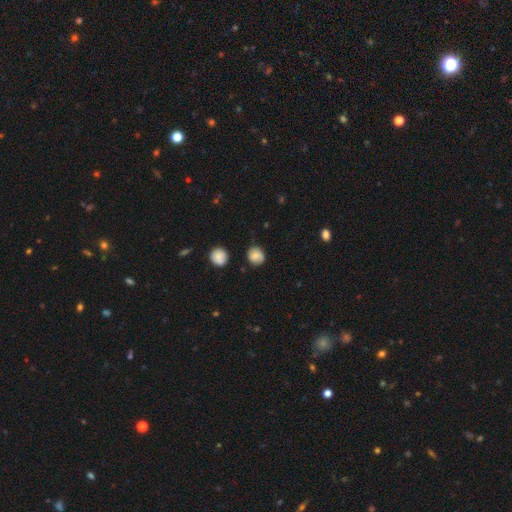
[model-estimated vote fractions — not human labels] Smooth or featured?
  - smooth: 73% *
  - featured or disk: 17%
  - star or artifact: 10%
How rounded?
  - round: 80% *
  - in between: 19%
  - cigar-shaped: 1%
Merging?
  - none: 78% *
  - minor disturbance: 15%
  - major disturbance: 4%
  - merger: 2%